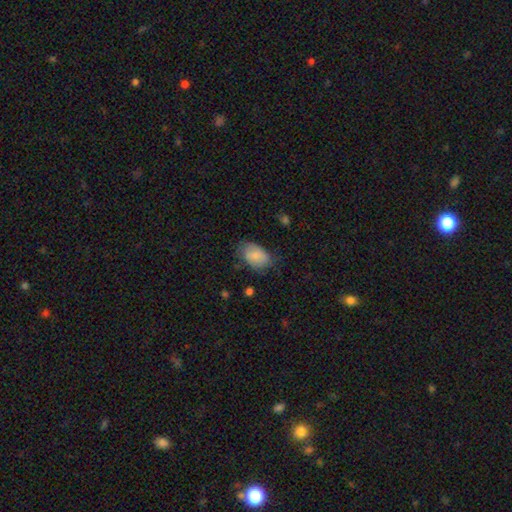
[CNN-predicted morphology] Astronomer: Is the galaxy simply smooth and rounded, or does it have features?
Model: smooth — 79%.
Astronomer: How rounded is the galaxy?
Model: in between — 87%.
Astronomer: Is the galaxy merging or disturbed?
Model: none — 60%.